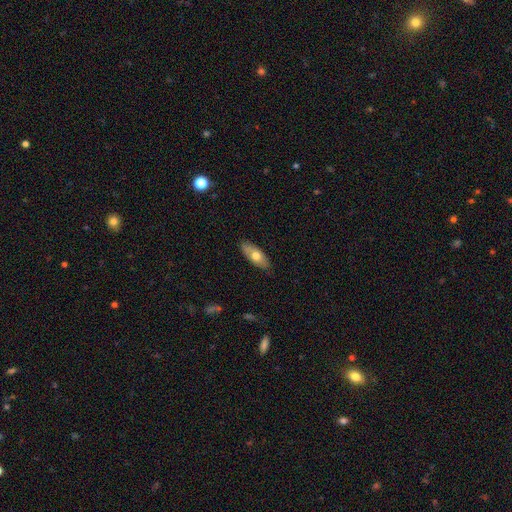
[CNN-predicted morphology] smooth_or_featured: smooth (p=0.64) [alt: featured or disk p=0.30]
how_rounded: in between (p=0.80) [alt: cigar-shaped p=0.17]
merging: none (p=0.84) [alt: minor disturbance p=0.13]